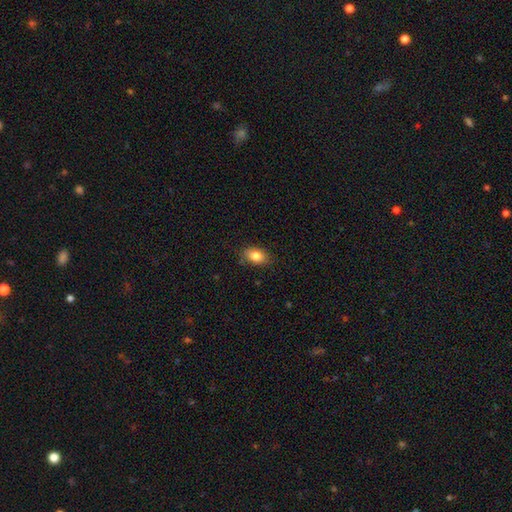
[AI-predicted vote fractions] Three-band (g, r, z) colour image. It shows a smooth galaxy with no disk features (84%) that is in between round and cigar-shaped (85%). Merging: none (82%).